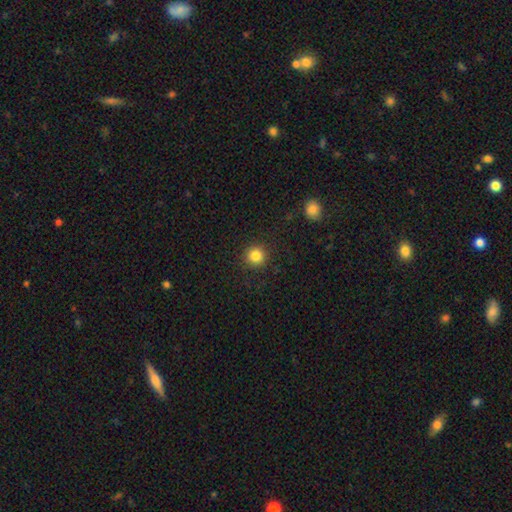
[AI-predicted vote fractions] smooth 84%, star or artifact 11%, featured or disk 5%. Down the decision tree: how rounded — round (94%); merging — none (91%).